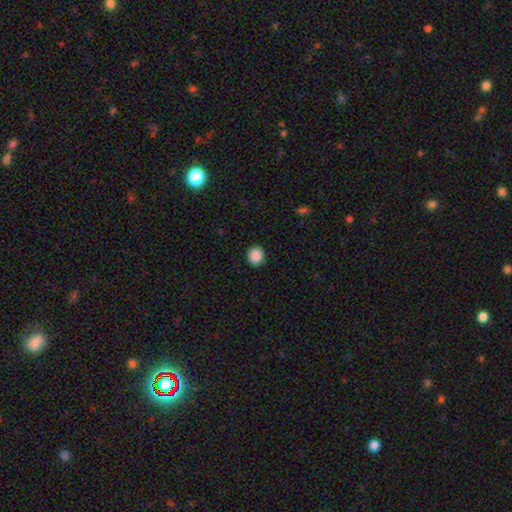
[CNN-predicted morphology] smooth 89%, star or artifact 9%, featured or disk 2%. Down the decision tree: how rounded — round (82%); merging — none (92%).